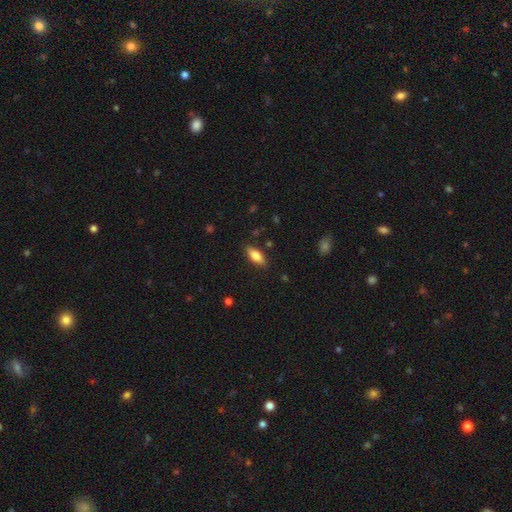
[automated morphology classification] This appears to be a smooth galaxy with no disk features (74%) that is in between round and cigar-shaped (75%). Merging: none (85%).